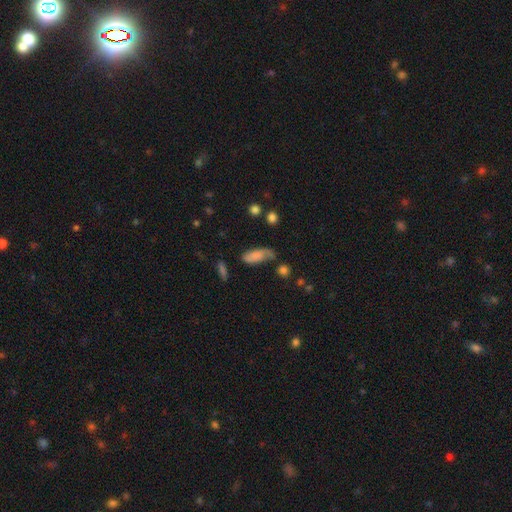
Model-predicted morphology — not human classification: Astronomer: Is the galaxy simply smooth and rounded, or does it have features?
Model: smooth — 73%.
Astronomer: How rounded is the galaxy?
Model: in between — 78%.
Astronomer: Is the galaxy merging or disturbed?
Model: none — 45% (runner-up: minor disturbance, 32%).